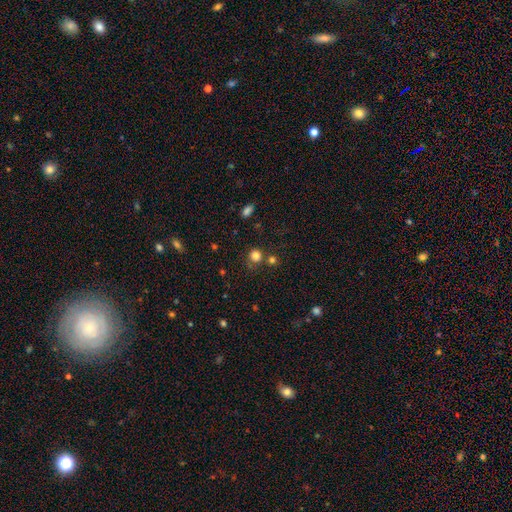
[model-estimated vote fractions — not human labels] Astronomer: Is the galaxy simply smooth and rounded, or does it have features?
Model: smooth — 80%.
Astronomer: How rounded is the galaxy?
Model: round — 88%.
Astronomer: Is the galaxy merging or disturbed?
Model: none — 69%.